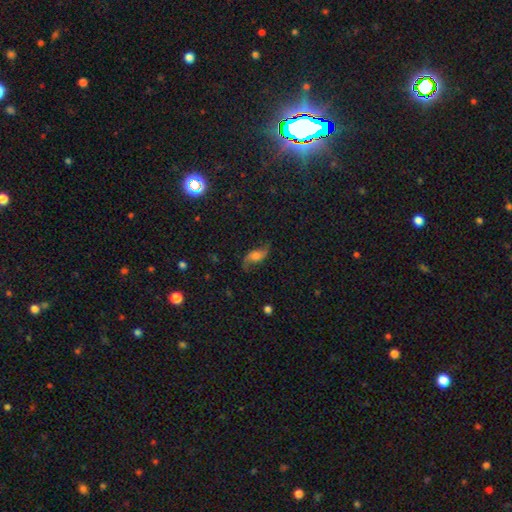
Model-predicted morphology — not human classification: Smooth or featured? featured or disk (71%)
Edge-on disk? no (92%)
Bar? no (61%)
Spiral arms? yes (94%)
Spiral winding? loose (82%)
Spiral arm count? 2 (92%)
Bulge size? moderate (36%)
Merging? none (74%)